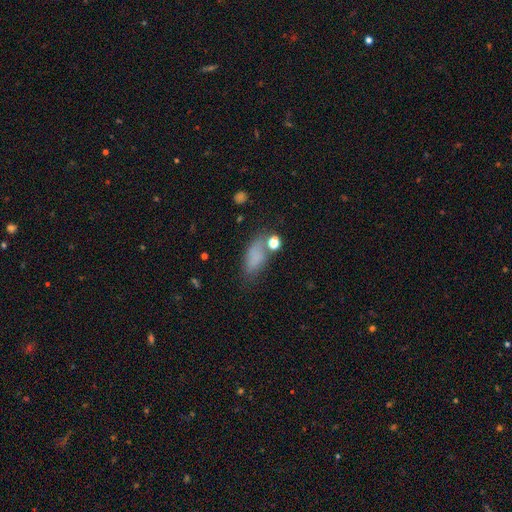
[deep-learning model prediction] Smooth or featured? smooth (73%)
How rounded? in between (82%)
Merging? none (53%)